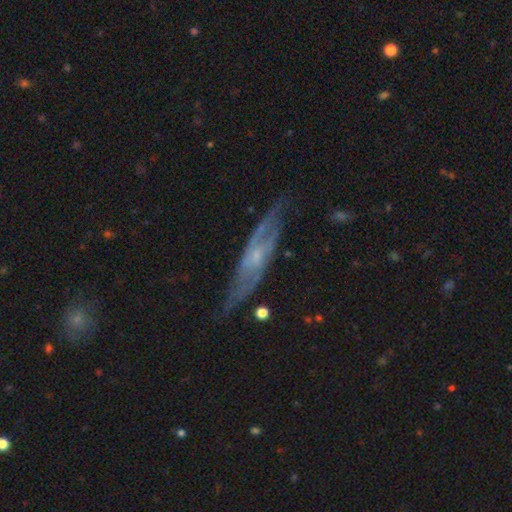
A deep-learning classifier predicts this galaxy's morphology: Q: Smooth or featured?
A: featured or disk (74%); runner-up: smooth (18%)
Q: Edge-on disk?
A: no (57%); runner-up: yes (43%)
Q: Merging?
A: none (71%); runner-up: minor disturbance (20%)